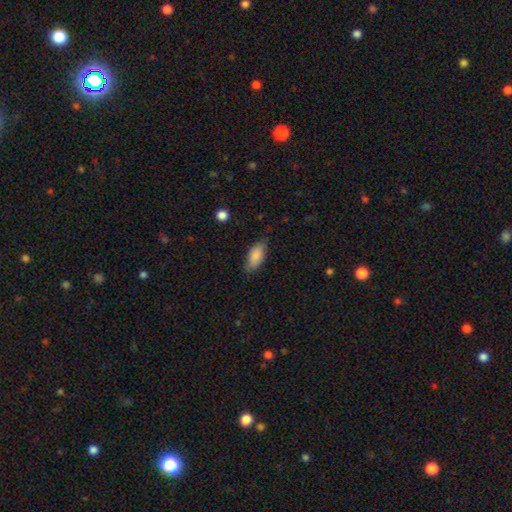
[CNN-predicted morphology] Smooth or featured: smooth — 85% (featured or disk — 9%)
How rounded: in between — 87% (cigar-shaped — 11%)
Merging: none — 77% (minor disturbance — 19%)